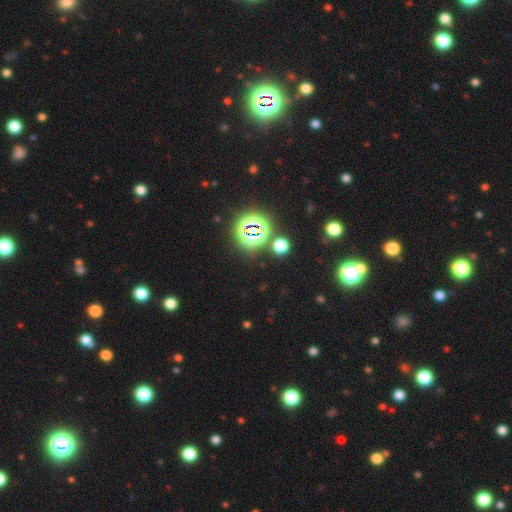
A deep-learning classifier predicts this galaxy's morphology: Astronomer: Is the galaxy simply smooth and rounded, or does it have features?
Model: star or artifact — 81%.